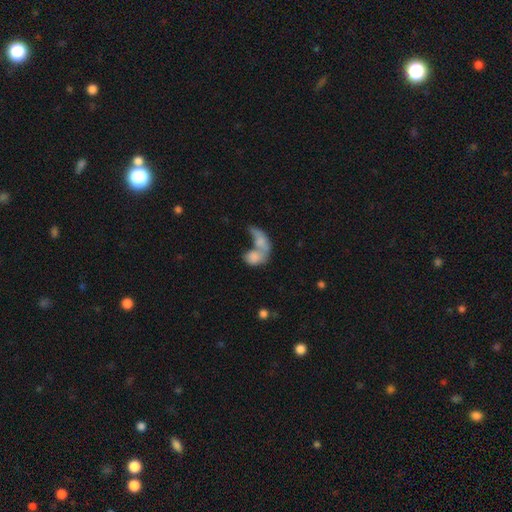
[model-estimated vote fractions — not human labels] Q: Smooth or featured?
A: smooth (71%); runner-up: featured or disk (21%)
Q: How rounded?
A: in between (78%); runner-up: round (19%)
Q: Merging?
A: merger (73%); runner-up: none (11%)